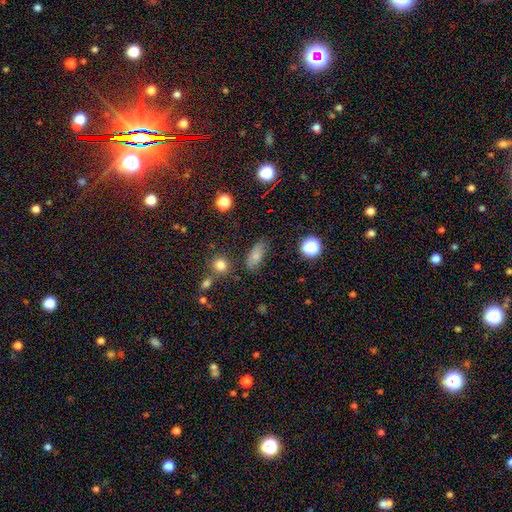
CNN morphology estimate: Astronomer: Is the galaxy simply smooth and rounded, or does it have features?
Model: smooth — 77%.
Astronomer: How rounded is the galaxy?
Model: in between — 79%.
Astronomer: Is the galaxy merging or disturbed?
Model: none — 74%.